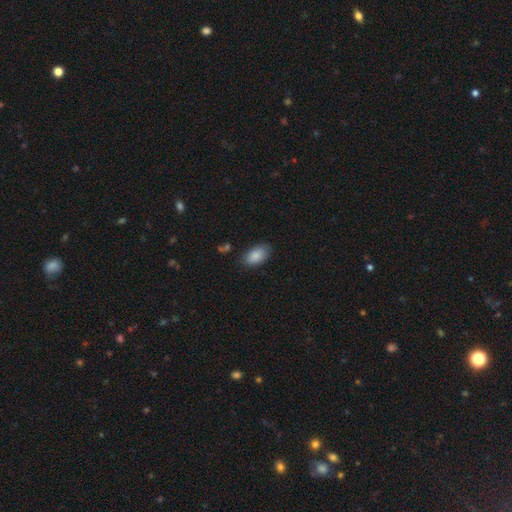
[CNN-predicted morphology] A smooth galaxy with no disk features (87%) that is in between round and cigar-shaped (93%). Merging: none (79%).